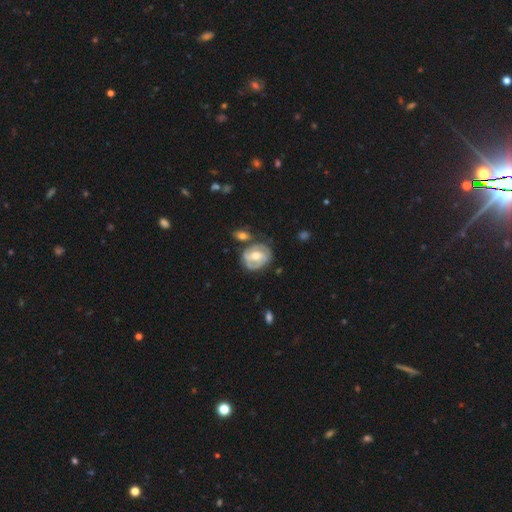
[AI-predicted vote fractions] A featured or disk galaxy (75%) with no bar (46%), 2 (47%) tight (60%) spiral arms (84%) and a moderate central bulge (69%). Merging: none (60%).